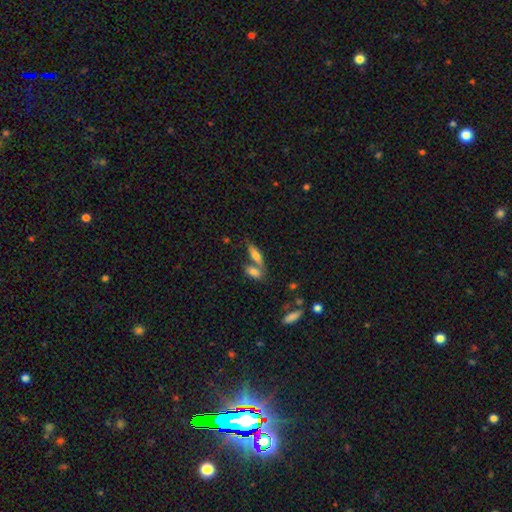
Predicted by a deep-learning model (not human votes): A smooth galaxy with no disk features (67%) that is in between round and cigar-shaped (53%). Merging: none (44%).